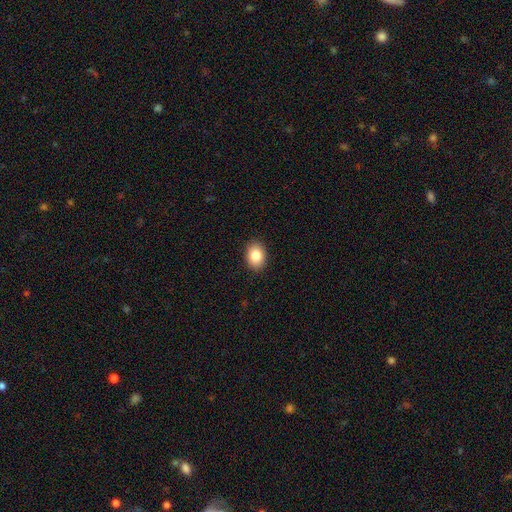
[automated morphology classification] Smooth or featured? smooth (85%)
How rounded? in between (68%)
Merging? none (90%)